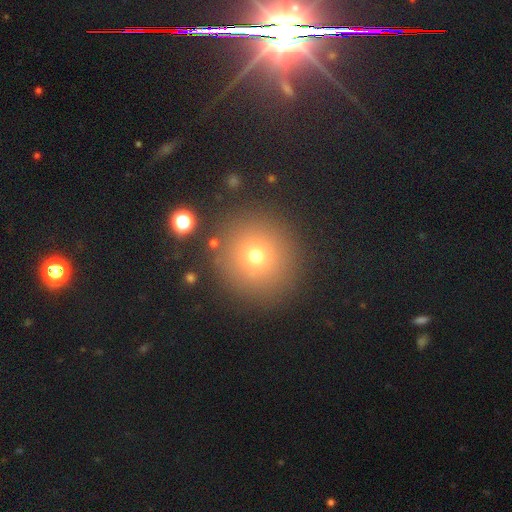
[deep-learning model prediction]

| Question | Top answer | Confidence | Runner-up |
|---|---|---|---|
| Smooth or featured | smooth | 71% | star or artifact (18%) |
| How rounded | round | 94% | in between (5%) |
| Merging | none | 87% | minor disturbance (6%) |